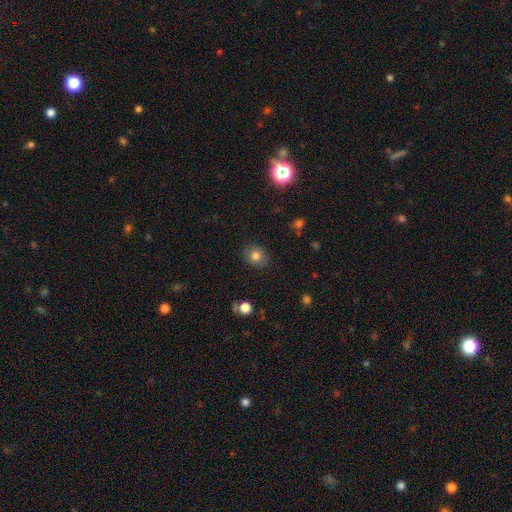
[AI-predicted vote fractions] A smooth galaxy with no disk features (80%) that is round (63%). Merging: none (87%).